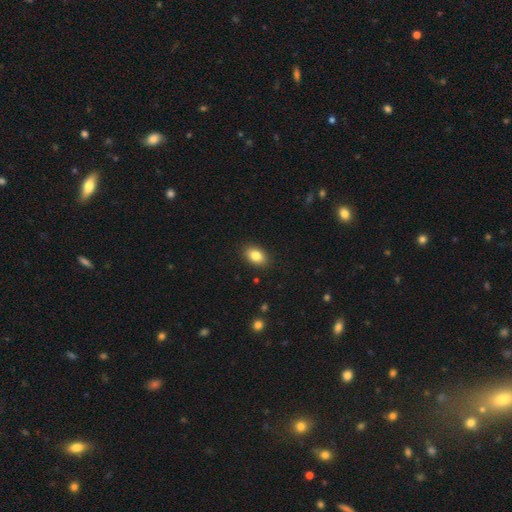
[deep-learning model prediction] Smooth or featured: smooth — 84% (star or artifact — 8%)
How rounded: in between — 85% (round — 14%)
Merging: none — 89% (minor disturbance — 8%)